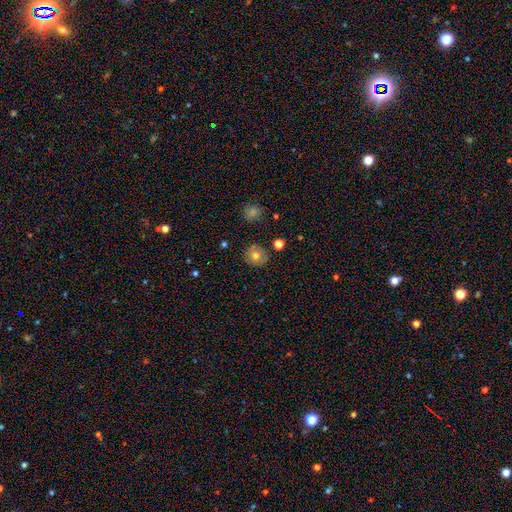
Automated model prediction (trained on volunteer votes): smooth 67%, featured or disk 23%, star or artifact 10%. Down the decision tree: how rounded — round (88%); merging — none (85%).